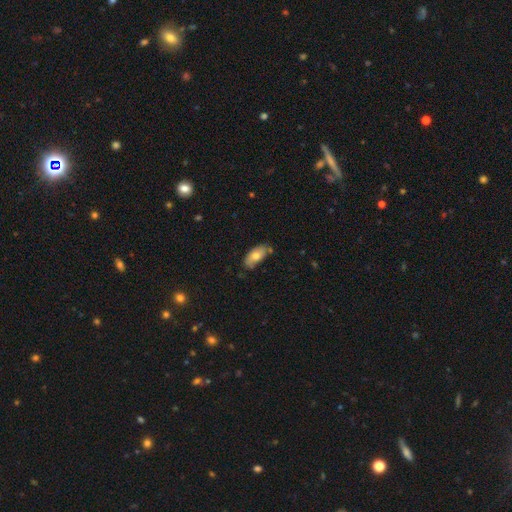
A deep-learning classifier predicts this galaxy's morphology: The model was most divided on "merging": none: 67%, minor disturbance: 24%, merger: 5%, major disturbance: 4%. More confident: how rounded — in between (90%); smooth or featured — smooth (71%).